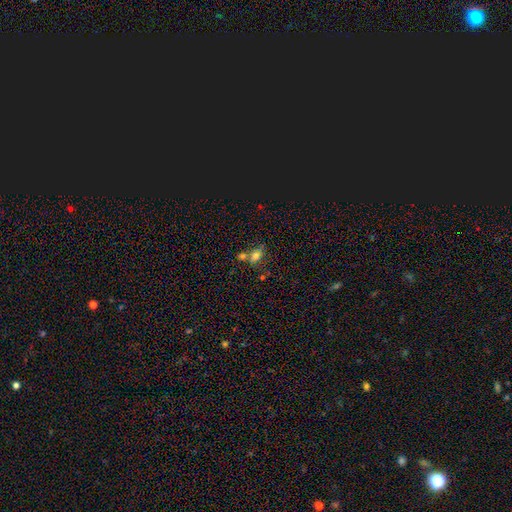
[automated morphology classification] This appears to be a smooth galaxy with no disk features (68%) that is in between round and cigar-shaped (74%). Merging: none (44%).